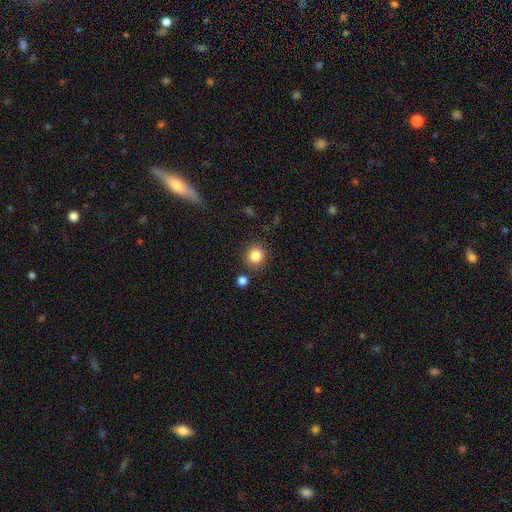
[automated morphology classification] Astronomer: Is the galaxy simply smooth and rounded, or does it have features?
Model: smooth — 86%.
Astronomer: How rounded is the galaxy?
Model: round — 89%.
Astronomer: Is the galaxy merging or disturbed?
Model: none — 83%.